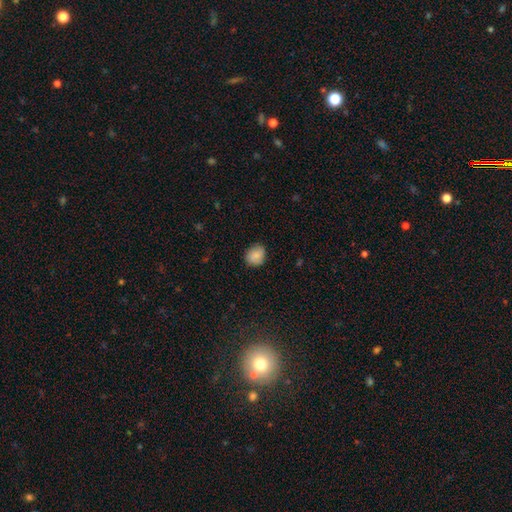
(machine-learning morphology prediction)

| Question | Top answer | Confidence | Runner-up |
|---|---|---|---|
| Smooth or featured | smooth | 85% | star or artifact (8%) |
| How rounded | round | 59% | in between (40%) |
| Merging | none | 80% | minor disturbance (16%) |